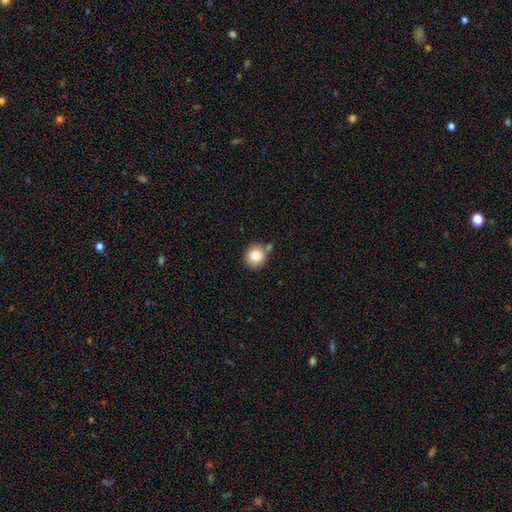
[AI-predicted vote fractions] smooth_or_featured: smooth (p=0.85) [alt: star or artifact p=0.09]
how_rounded: round (p=0.86) [alt: in between p=0.13]
merging: none (p=0.67) [alt: minor disturbance p=0.15]